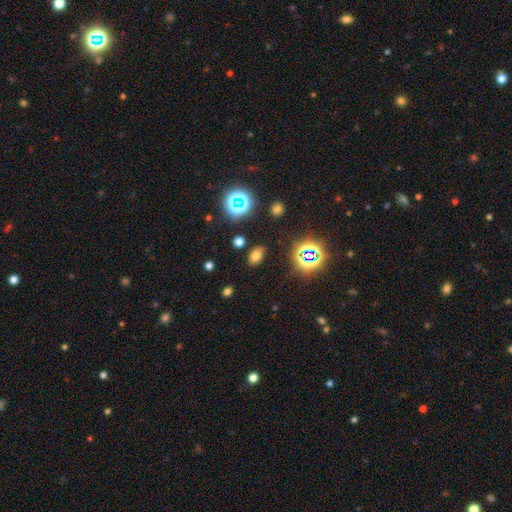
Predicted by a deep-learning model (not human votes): Morphology: type=smooth (64%); roundness=in between (86%); merging=none (84%).